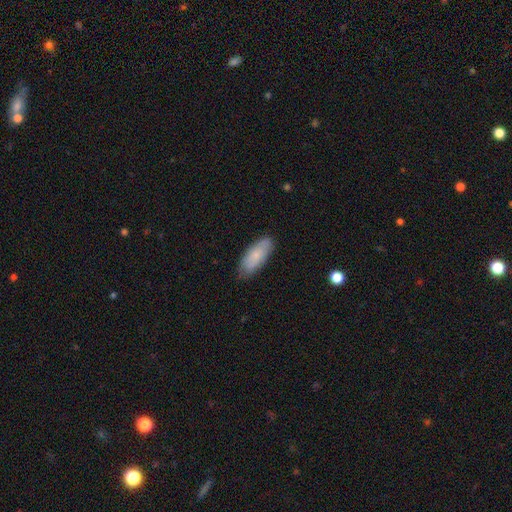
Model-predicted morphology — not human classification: Smooth or featured: smooth — 77% (featured or disk — 17%)
How rounded: in between — 76% (cigar-shaped — 22%)
Merging: none — 78% (minor disturbance — 18%)